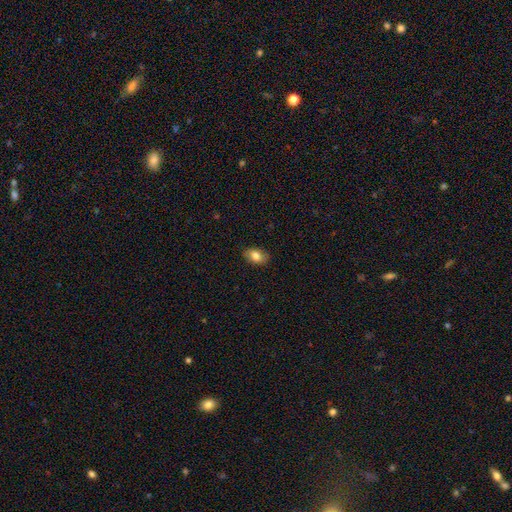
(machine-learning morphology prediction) Q: Smooth or featured?
A: smooth (81%); runner-up: featured or disk (11%)
Q: How rounded?
A: in between (87%); runner-up: round (11%)
Q: Merging?
A: none (84%); runner-up: minor disturbance (12%)